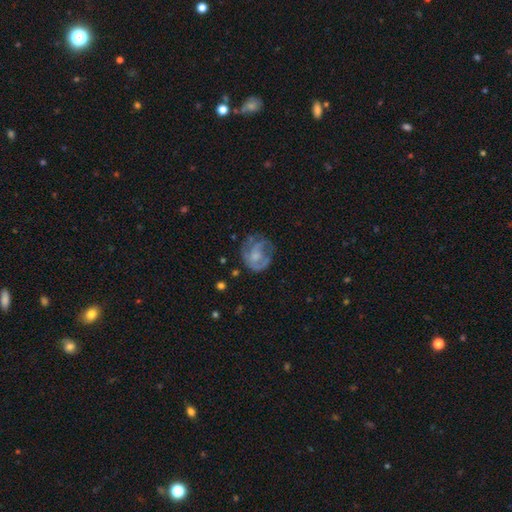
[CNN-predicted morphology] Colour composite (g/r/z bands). It shows a featured or disk galaxy (62%) with no bar (70%), spiral arms (69%) and a small central bulge (35%). Merging: none (55%).